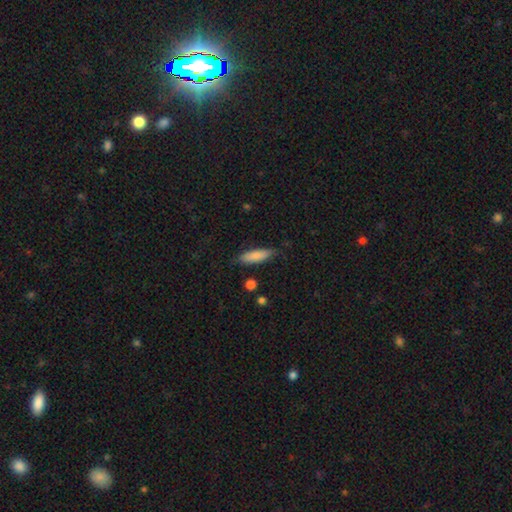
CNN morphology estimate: This appears to be a smooth galaxy with no disk features (83%) that is cigar-shaped (53%). Merging: none (80%).